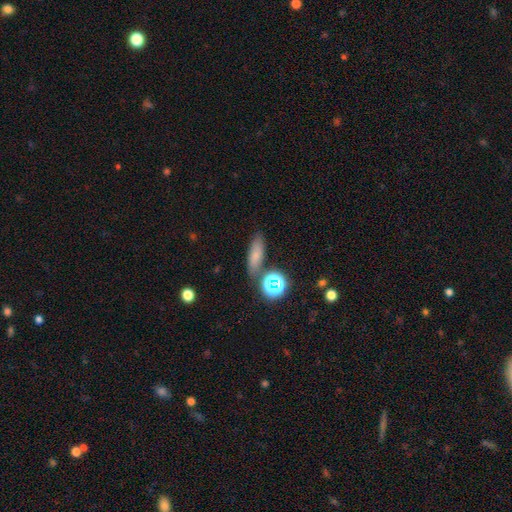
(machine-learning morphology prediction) Smooth or featured?
  - smooth: 70% *
  - star or artifact: 16%
  - featured or disk: 14%
How rounded?
  - in between: 48% *
  - cigar-shaped: 41%
  - round: 11%
Merging?
  - none: 75% *
  - minor disturbance: 13%
  - merger: 8%
  - major disturbance: 4%